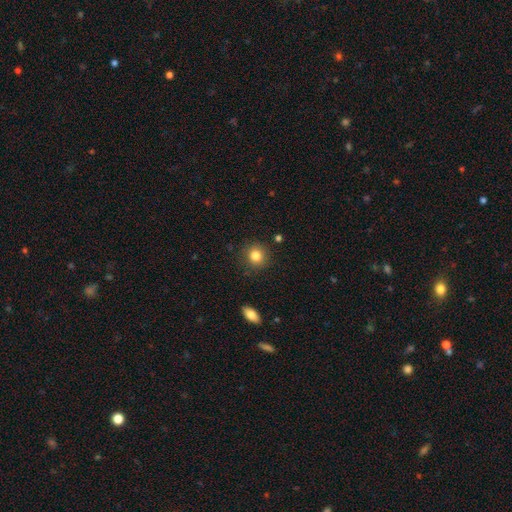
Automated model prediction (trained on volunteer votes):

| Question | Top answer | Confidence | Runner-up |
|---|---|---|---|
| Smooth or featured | smooth | 83% | star or artifact (10%) |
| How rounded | round | 89% | in between (10%) |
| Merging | none | 88% | minor disturbance (8%) |